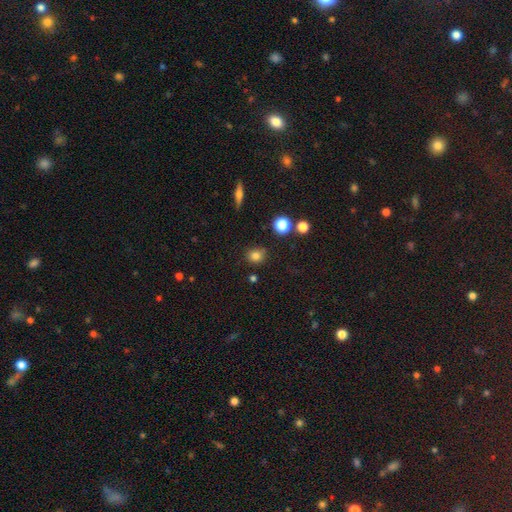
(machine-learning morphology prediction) A smooth galaxy with no disk features (80%) that is round (79%).

Vote fractions:
- Smooth or featured? smooth: 80% / star or artifact: 13% / featured or disk: 6%
- How rounded? round: 79% / in between: 20% / cigar-shaped: 1%
- Merging? none: 81% / minor disturbance: 12% / merger: 4% / major disturbance: 3%